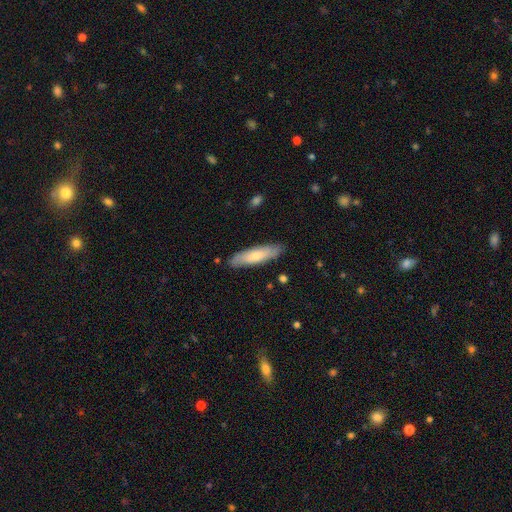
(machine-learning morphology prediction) Smooth or featured? smooth (65%)
How rounded? cigar-shaped (65%)
Merging? none (86%)